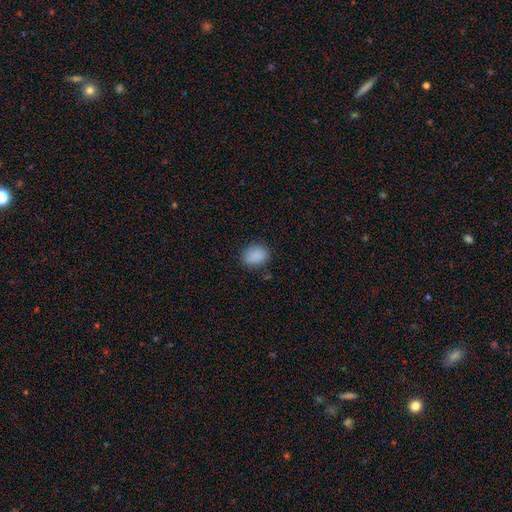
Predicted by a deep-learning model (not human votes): This is clearly a smooth galaxy (88%). How rounded: likely in between (69%). Merging: clearly none (84%).